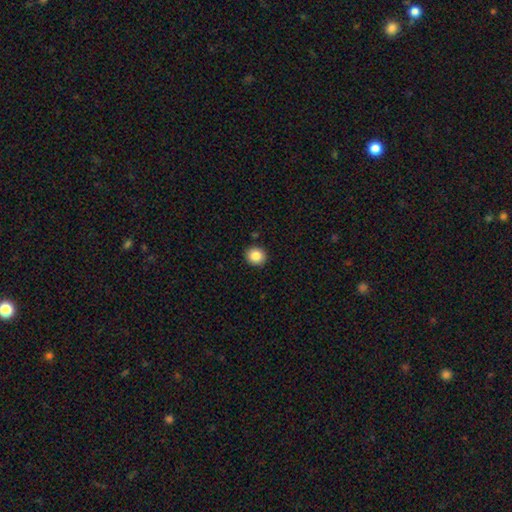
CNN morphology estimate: This is clearly a smooth galaxy (86%). How rounded: clearly round (85%). Merging: clearly none (91%).